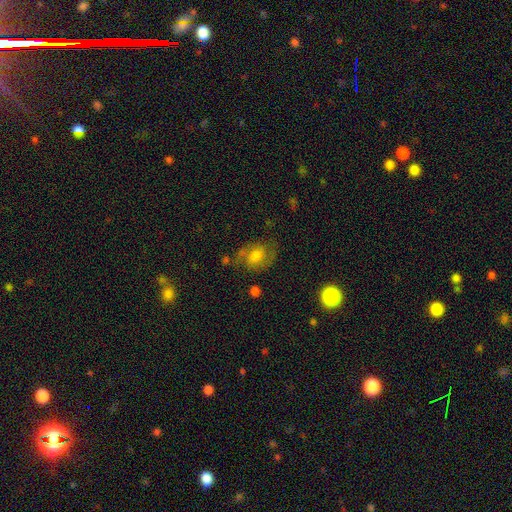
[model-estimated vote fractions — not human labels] Smooth or featured?
  - featured or disk: 56% *
  - smooth: 33%
  - star or artifact: 11%
Edge-on disk?
  - no: 96% *
  - yes: 4%
Bar?
  - no: 55% *
  - weak: 37%
  - strong: 8%
Spiral arms?
  - yes: 84% *
  - no: 16%
Bulge size?
  - moderate: 57% *
  - small: 19%
  - large: 17%
  - none: 5%
  - dominant: 2%
Merging?
  - none: 65% *
  - minor disturbance: 20%
  - major disturbance: 11%
  - merger: 4%